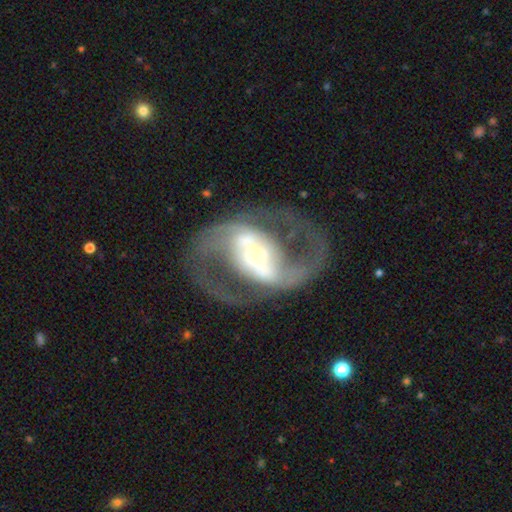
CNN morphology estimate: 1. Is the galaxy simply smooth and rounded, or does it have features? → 87% featured or disk, 8% smooth, 5% star or artifact.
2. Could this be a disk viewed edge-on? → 95% no, 5% yes.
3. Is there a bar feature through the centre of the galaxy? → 54% strong, 25% weak, 21% no.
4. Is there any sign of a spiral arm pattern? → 86% yes, 14% no.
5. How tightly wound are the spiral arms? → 57% medium, 25% loose, 18% tight.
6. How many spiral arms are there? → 90% 2, 4% can't tell, 2% 1, 1% 3, 1% 4, 1% more than 4.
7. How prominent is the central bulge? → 48% moderate, 36% small, 12% large, 3% dominant, 1% none.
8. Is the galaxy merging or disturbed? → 72% none, 14% major disturbance, 12% minor disturbance, 2% merger.